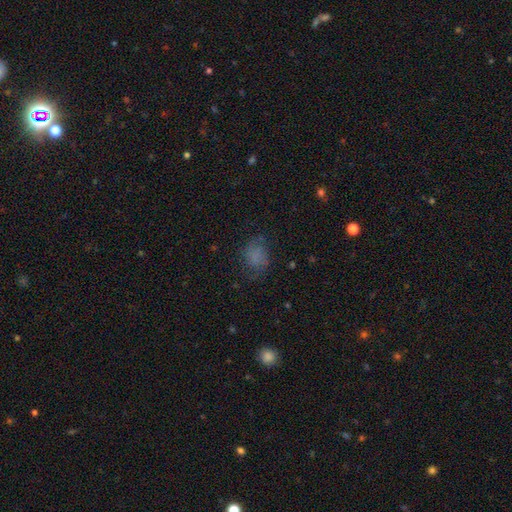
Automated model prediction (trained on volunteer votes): Smooth or featured? smooth (66%)
How rounded? in between (52%)
Merging? none (62%)